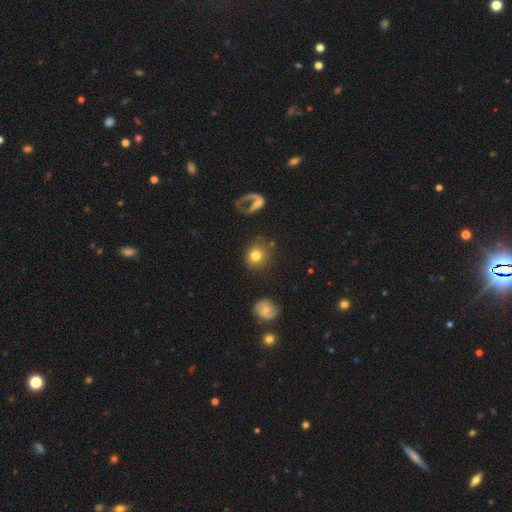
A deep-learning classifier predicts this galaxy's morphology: Smooth or featured? smooth (74%)
How rounded? round (84%)
Merging? none (77%)